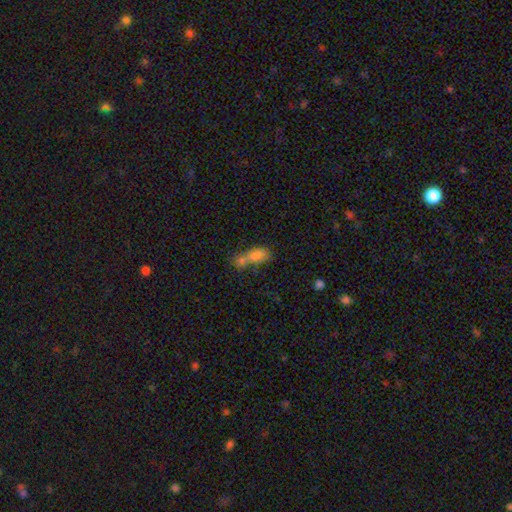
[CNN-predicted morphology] smooth_or_featured: smooth (p=0.73) [alt: featured or disk p=0.16]
how_rounded: in between (p=0.75) [alt: round p=0.13]
merging: merger (p=0.64) [alt: none p=0.21]